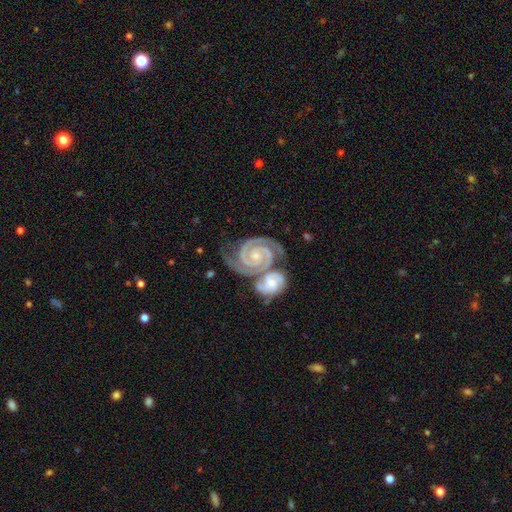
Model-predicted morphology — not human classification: smooth-or-featured: featured or disk: 94% | star or artifact: 3% | smooth: 3%
  disk-edge-on: no: 98% | yes: 2%
    bar: no: 68% | weak: 22% | strong: 10%
    has-spiral-arms: yes: 99% | no: 1%
      spiral-winding: tight: 78% | medium: 20% | loose: 2%
      spiral-arm-count: 2: 86% | 3: 8% | can't tell: 2% | 4: 1% | 1: 1% | more than 4: 1%
    bulge-size: small: 66% | moderate: 27% | none: 4% | large: 2% | dominant: 1%
  merging: merger: 44% | none: 41% | minor disturbance: 11% | major disturbance: 4%